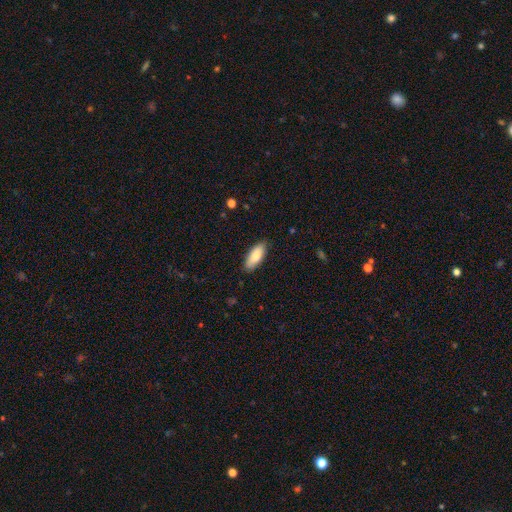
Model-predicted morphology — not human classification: This appears to be a smooth galaxy with no disk features (82%) that is in between round and cigar-shaped (75%). Merging: none (87%).